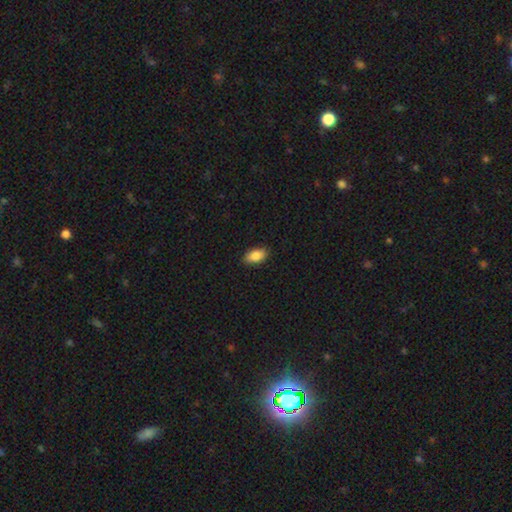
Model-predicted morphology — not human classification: Overall: smooth (87%). How rounded: in between (92%). Merging: none (88%).